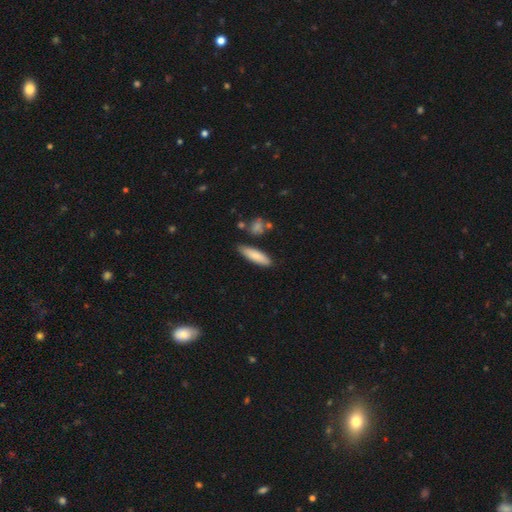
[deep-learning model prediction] This is clearly a smooth galaxy (83%). How rounded: possibly cigar-shaped (57%). Merging: likely none (78%).